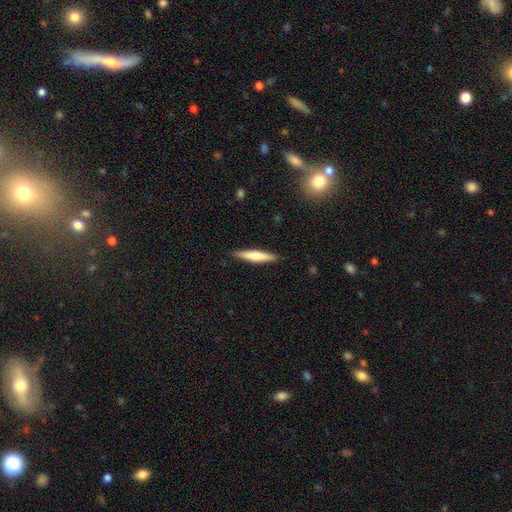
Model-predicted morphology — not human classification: Smooth or featured: smooth — 65% (featured or disk — 30%)
How rounded: cigar-shaped — 87% (in between — 12%)
Merging: none — 90% (minor disturbance — 8%)